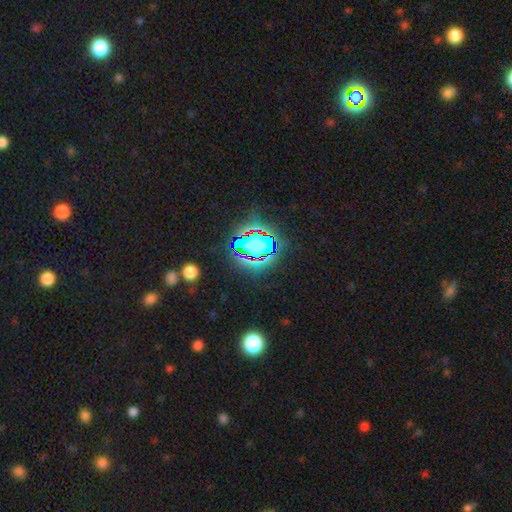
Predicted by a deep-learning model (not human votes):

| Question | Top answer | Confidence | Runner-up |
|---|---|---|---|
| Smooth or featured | star or artifact | 78% | smooth (14%) |